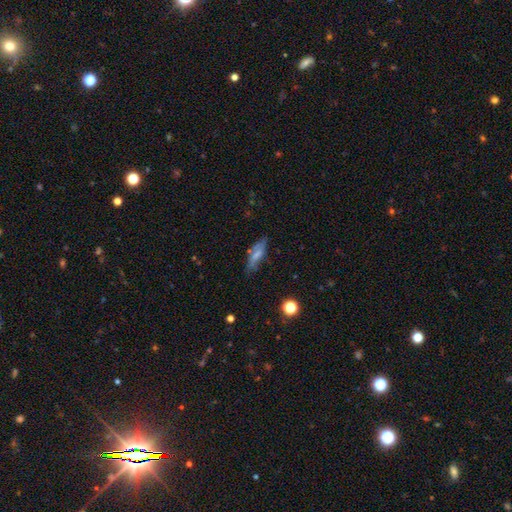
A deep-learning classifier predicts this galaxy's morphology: Smooth or featured: smooth — 50% (featured or disk — 37%)
How rounded: cigar-shaped — 56% (in between — 40%)
Merging: none — 77% (minor disturbance — 16%)